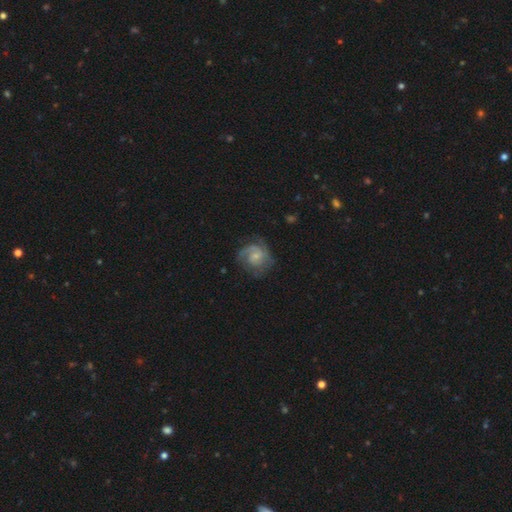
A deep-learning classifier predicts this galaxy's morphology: This appears to be a featured or disk galaxy (75%) with no bar (60%), 2 (48%) tight (43%) spiral arms (94%) and a small central bulge (60%). Merging: none (65%).